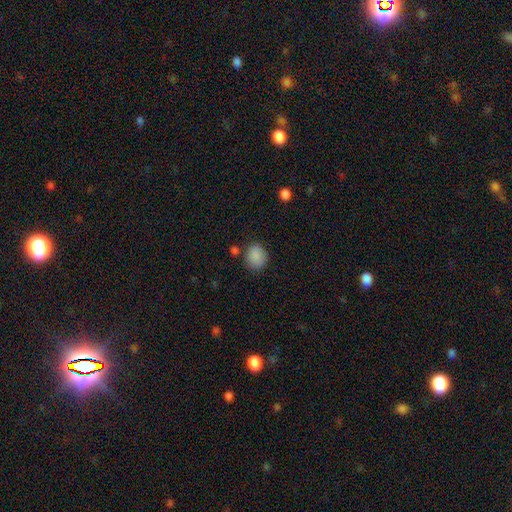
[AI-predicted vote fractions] A smooth galaxy with no disk features (87%) that is round (67%).

Vote fractions:
- Smooth or featured? smooth: 87% / star or artifact: 9% / featured or disk: 4%
- How rounded? round: 67% / in between: 32% / cigar-shaped: 1%
- Merging? none: 76% / minor disturbance: 15% / merger: 5% / major disturbance: 4%